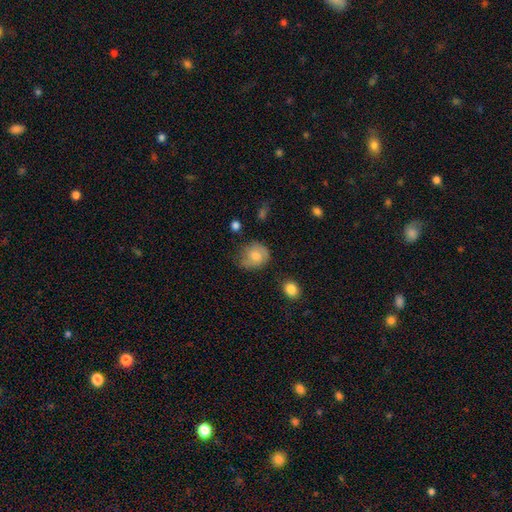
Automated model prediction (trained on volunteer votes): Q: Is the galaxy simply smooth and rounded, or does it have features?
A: smooth — 60%.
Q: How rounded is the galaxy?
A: round — 68%.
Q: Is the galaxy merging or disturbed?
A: none — 57%.